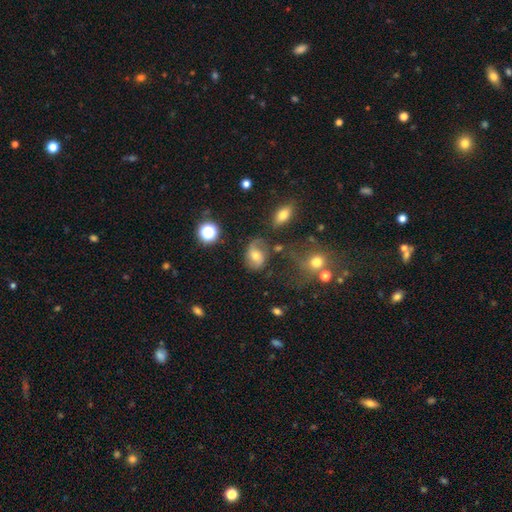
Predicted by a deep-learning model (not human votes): A featured or disk galaxy (48%). Merging: none (62%).